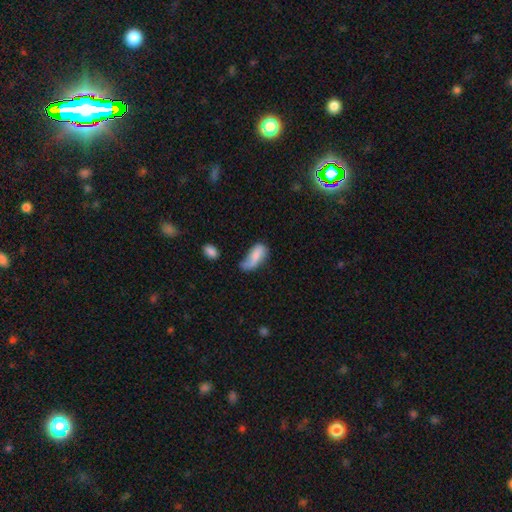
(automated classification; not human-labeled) Q: Smooth or featured?
A: smooth (65%); runner-up: featured or disk (27%)
Q: How rounded?
A: in between (86%); runner-up: cigar-shaped (11%)
Q: Merging?
A: minor disturbance (33%); runner-up: none (32%)